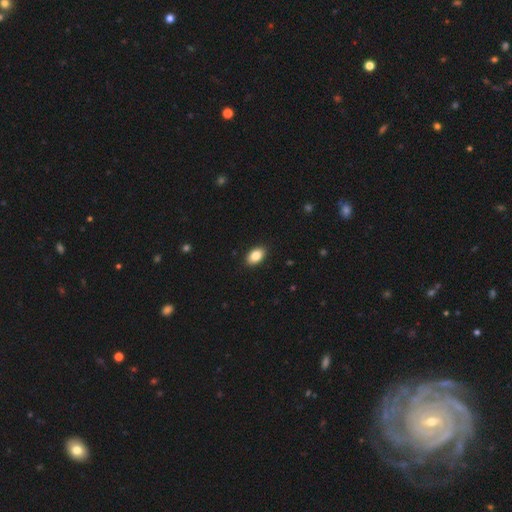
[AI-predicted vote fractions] Q: Smooth or featured?
A: smooth (86%); runner-up: star or artifact (8%)
Q: How rounded?
A: in between (91%); runner-up: round (8%)
Q: Merging?
A: none (90%); runner-up: minor disturbance (7%)